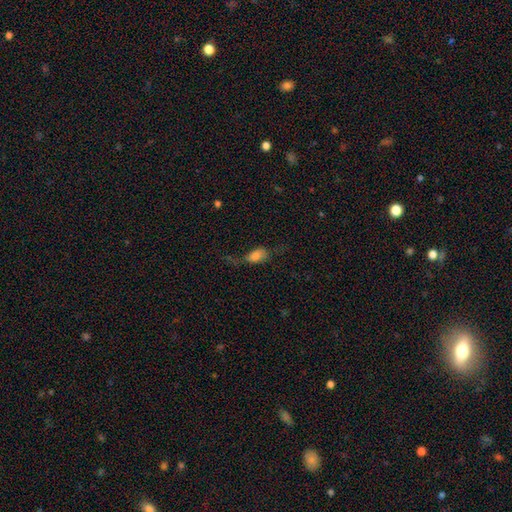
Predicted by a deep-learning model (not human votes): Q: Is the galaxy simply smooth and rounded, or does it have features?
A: smooth — 68%.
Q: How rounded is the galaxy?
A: in between — 84%.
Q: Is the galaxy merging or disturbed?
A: none — 39%.